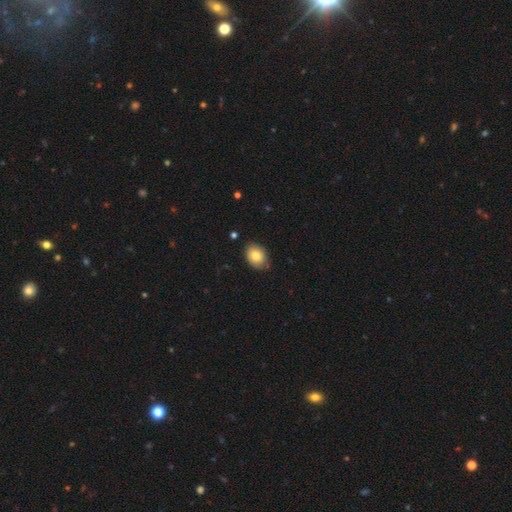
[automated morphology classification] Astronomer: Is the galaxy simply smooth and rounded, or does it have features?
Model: smooth — 80%.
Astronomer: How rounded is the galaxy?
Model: in between — 68%.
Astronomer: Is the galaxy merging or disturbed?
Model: none — 78%.